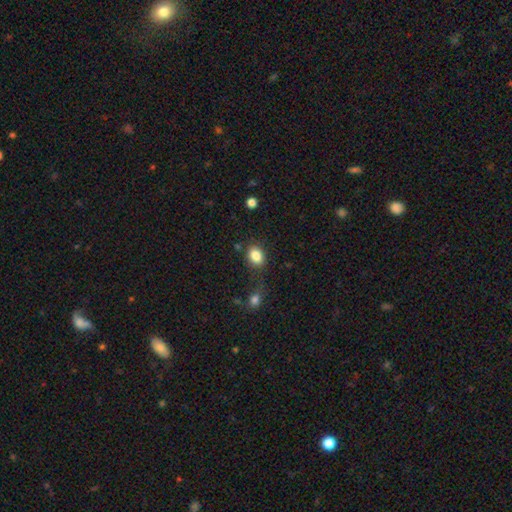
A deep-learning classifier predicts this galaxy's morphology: A smooth galaxy with no disk features (85%) that is in between round and cigar-shaped (68%).

Vote fractions:
- Smooth or featured? smooth: 85% / star or artifact: 9% / featured or disk: 6%
- How rounded? in between: 68% / round: 30% / cigar-shaped: 1%
- Merging? none: 72% / minor disturbance: 15% / merger: 7% / major disturbance: 5%